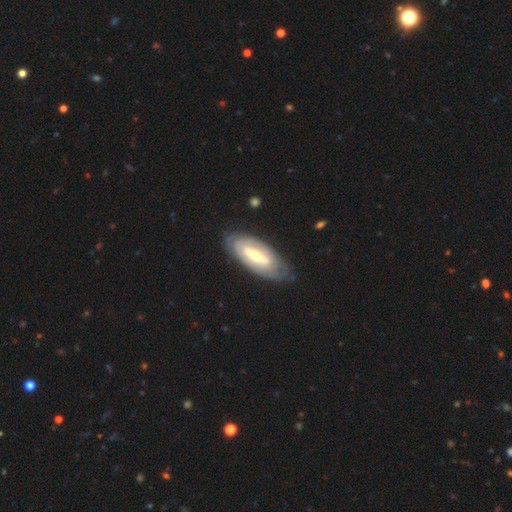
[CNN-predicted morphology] smooth-or-featured: featured or disk: 72% | smooth: 23% | star or artifact: 5%
  disk-edge-on: no: 88% | yes: 12%
    bar: strong: 41% | weak: 35% | no: 24%
    has-spiral-arms: yes: 65% | no: 35%
    bulge-size: moderate: 54% | small: 39% | large: 4% | none: 1% | dominant: 1%
  merging: none: 79% | minor disturbance: 16% | major disturbance: 4% | merger: 1%